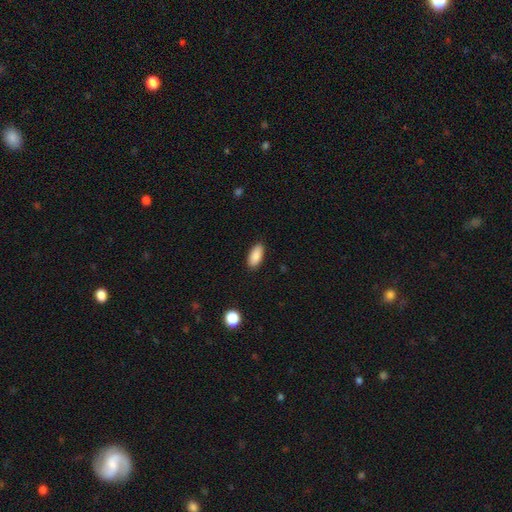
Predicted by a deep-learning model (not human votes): Smooth or featured?
  - smooth: 89% *
  - star or artifact: 7%
  - featured or disk: 4%
How rounded?
  - in between: 89% *
  - cigar-shaped: 9%
  - round: 2%
Merging?
  - none: 88% *
  - minor disturbance: 9%
  - major disturbance: 2%
  - merger: 1%